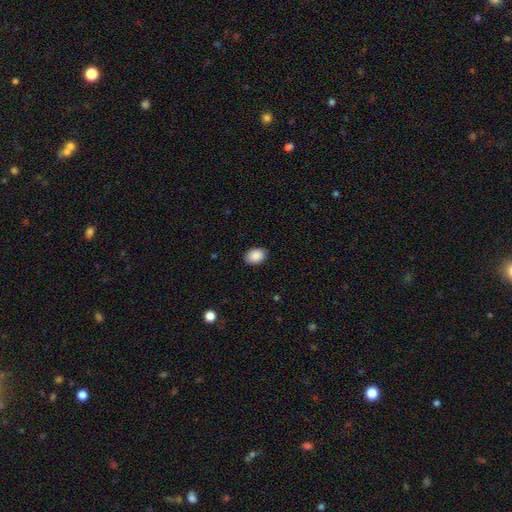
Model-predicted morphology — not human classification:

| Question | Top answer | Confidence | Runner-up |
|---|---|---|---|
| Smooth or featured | smooth | 90% | star or artifact (7%) |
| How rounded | in between | 79% | round (20%) |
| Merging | none | 90% | minor disturbance (8%) |